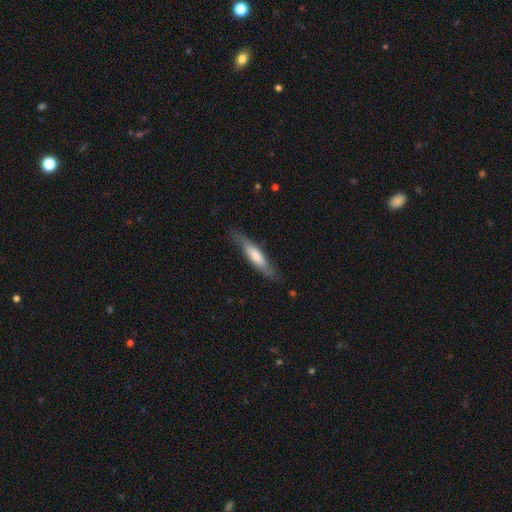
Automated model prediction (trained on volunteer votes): Smooth or featured?
  - smooth: 53% *
  - featured or disk: 42%
  - star or artifact: 6%
How rounded?
  - cigar-shaped: 81% *
  - in between: 18%
  - round: 1%
Merging?
  - none: 77% *
  - minor disturbance: 18%
  - major disturbance: 4%
  - merger: 1%